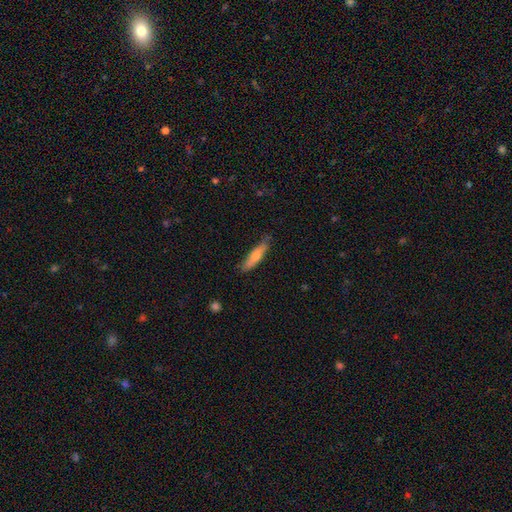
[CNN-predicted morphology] Q: Smooth or featured?
A: smooth (56%); runner-up: featured or disk (37%)
Q: How rounded?
A: cigar-shaped (83%); runner-up: in between (15%)
Q: Merging?
A: none (80%); runner-up: minor disturbance (16%)